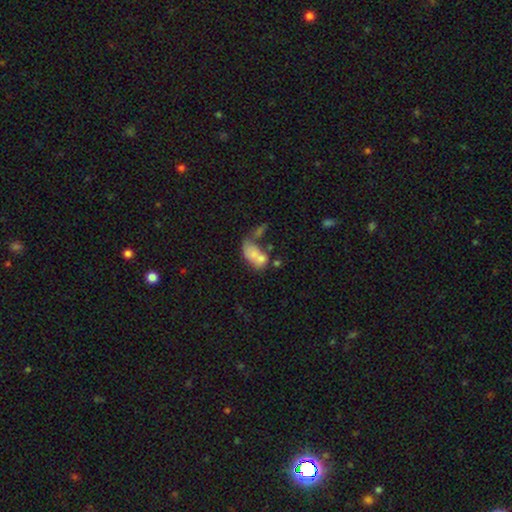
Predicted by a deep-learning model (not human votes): Overall: smooth (62%; featured or disk 28%). How rounded: in between (84%). Merging: merger (54%; none 18%).